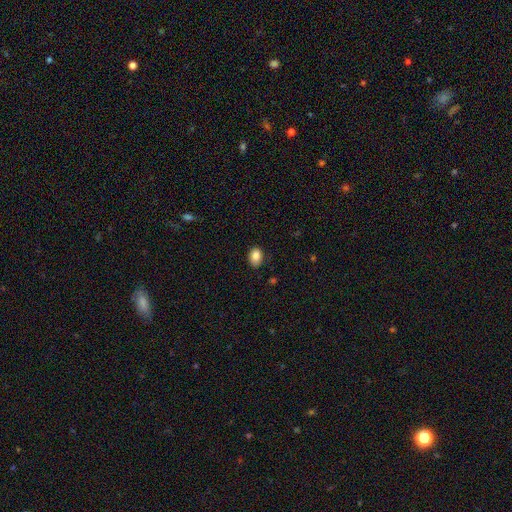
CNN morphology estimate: smooth 85%, star or artifact 8%, featured or disk 7%. Down the decision tree: how rounded — in between (75%); merging — none (82%).